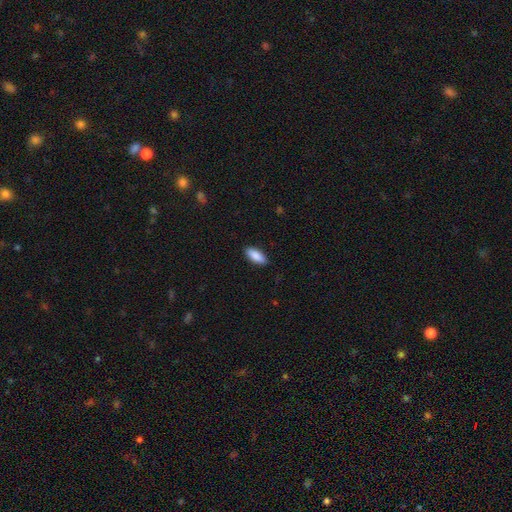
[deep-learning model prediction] Smooth or featured? Predicted: smooth (p=0.89). How rounded? Predicted: in between (p=0.82). Merging? Predicted: none (p=0.88).